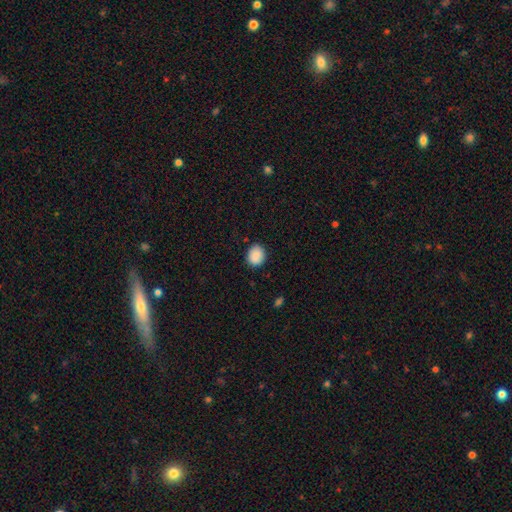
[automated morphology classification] smooth_or_featured: smooth (p=0.89) [alt: star or artifact p=0.07]
how_rounded: round (p=0.67) [alt: in between p=0.32]
merging: none (p=0.87) [alt: minor disturbance p=0.10]